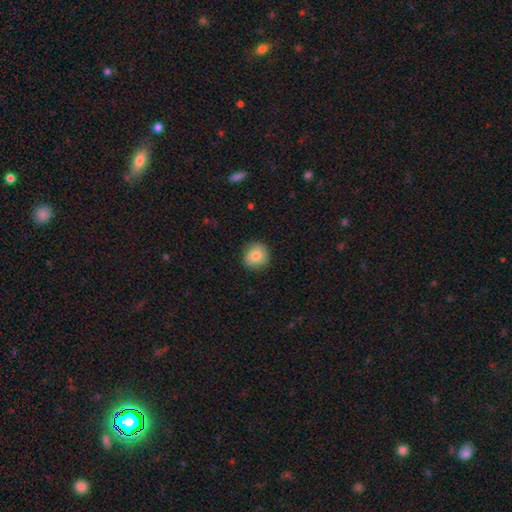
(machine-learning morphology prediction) A smooth galaxy with no disk features (81%) that is round (90%).

Vote fractions:
- Smooth or featured? smooth: 81% / featured or disk: 11% / star or artifact: 9%
- How rounded? round: 90% / in between: 9% / cigar-shaped: 1%
- Merging? none: 87% / minor disturbance: 10% / major disturbance: 2% / merger: 1%